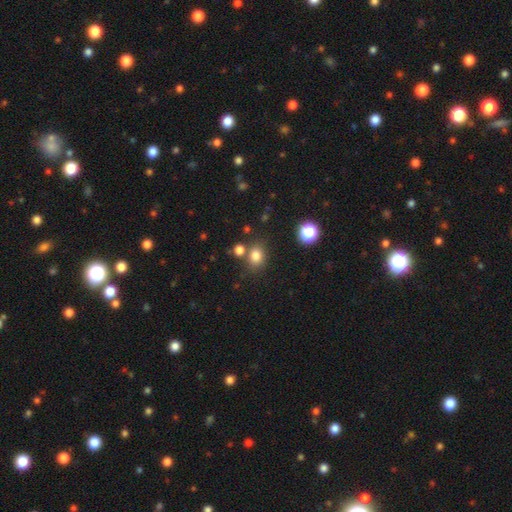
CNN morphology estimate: Overall: smooth (80%). How rounded: round (52%; in between 47%). Merging: none (70%).